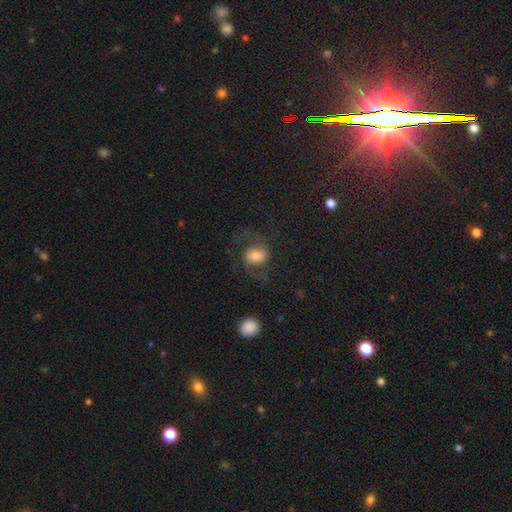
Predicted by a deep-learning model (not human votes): Smooth or featured? featured or disk (65%)
Edge-on disk? no (98%)
Bar? no (50%)
Spiral arms? yes (93%)
Spiral winding? medium (47%)
Spiral arm count? 2 (91%)
Bulge size? moderate (44%)
Merging? none (64%)